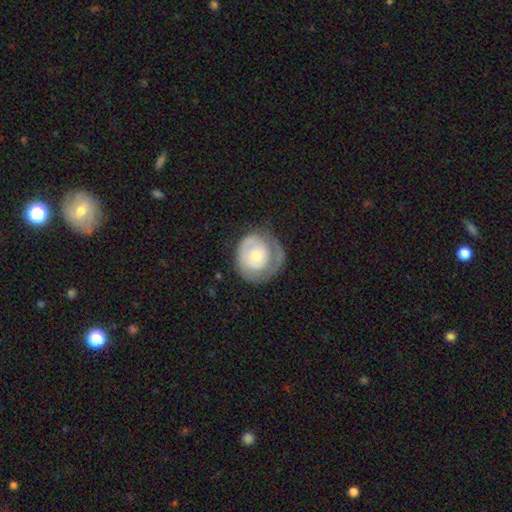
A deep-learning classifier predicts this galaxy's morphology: featured or disk 60%, smooth 35%, star or artifact 5%. Down the decision tree: edge-on disk — no (97%); bar — no (81%); spiral arms — yes (70%); bulge size — moderate (53%); merging — none (58%).